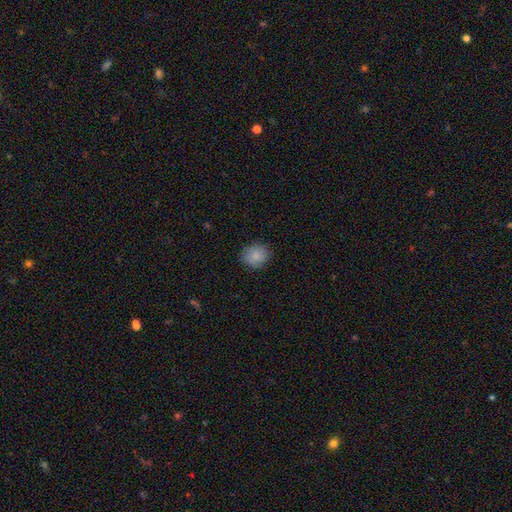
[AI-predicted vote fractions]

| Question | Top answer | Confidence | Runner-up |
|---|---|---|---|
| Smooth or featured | smooth | 86% | star or artifact (8%) |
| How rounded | round | 71% | in between (28%) |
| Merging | none | 84% | minor disturbance (12%) |